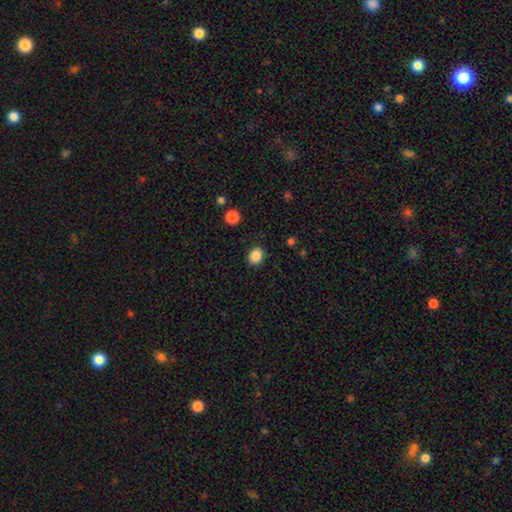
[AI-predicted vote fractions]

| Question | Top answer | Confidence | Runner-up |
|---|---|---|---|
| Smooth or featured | smooth | 87% | star or artifact (10%) |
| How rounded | round | 63% | in between (37%) |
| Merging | none | 88% | minor disturbance (8%) |